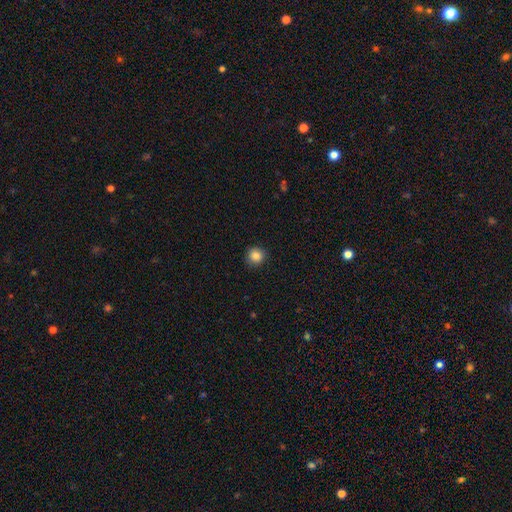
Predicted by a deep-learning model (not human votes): Q: Smooth or featured?
A: smooth (85%); runner-up: star or artifact (10%)
Q: How rounded?
A: round (92%); runner-up: in between (7%)
Q: Merging?
A: none (90%); runner-up: minor disturbance (7%)